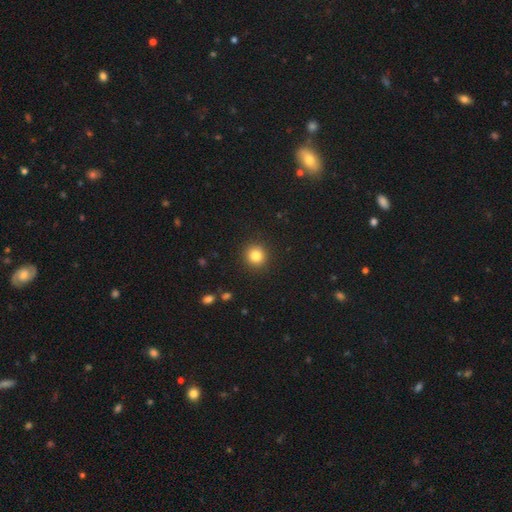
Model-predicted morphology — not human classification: This appears to be a smooth galaxy with no disk features (83%) that is round (92%). Merging: none (92%).